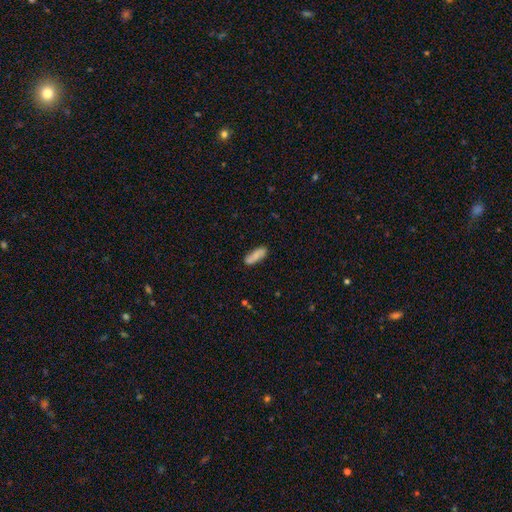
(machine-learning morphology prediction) Smooth or featured? Predicted: smooth (p=0.76). How rounded? Predicted: in between (p=0.59). Merging? Predicted: none (p=0.81).